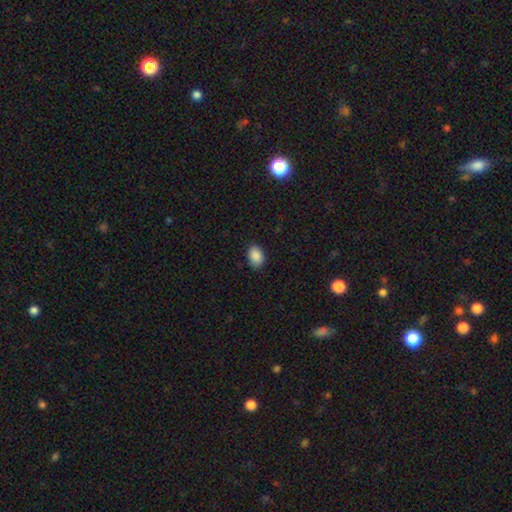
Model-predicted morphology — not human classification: A smooth galaxy with no disk features (89%) that is in between round and cigar-shaped (80%).

Vote fractions:
- Smooth or featured? smooth: 89% / star or artifact: 8% / featured or disk: 3%
- How rounded? in between: 80% / round: 19% / cigar-shaped: 1%
- Merging? none: 86% / minor disturbance: 11% / major disturbance: 2% / merger: 1%